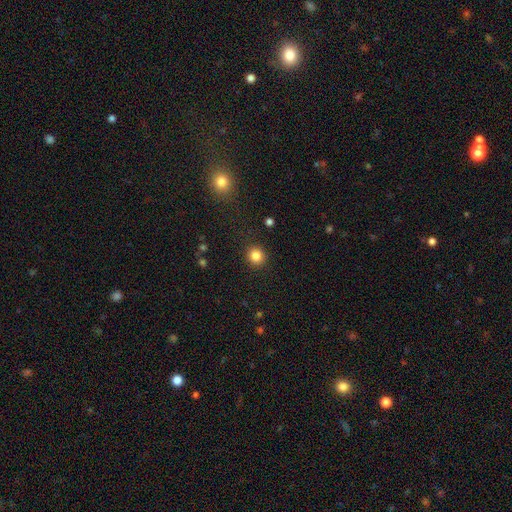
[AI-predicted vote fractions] smooth 84%, star or artifact 12%, featured or disk 5%. Down the decision tree: how rounded — round (91%); merging — none (91%).